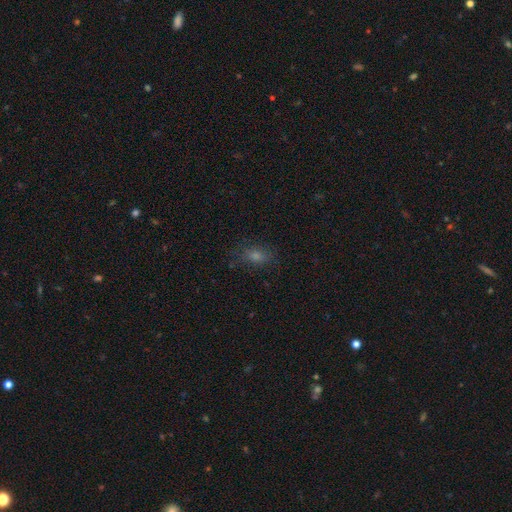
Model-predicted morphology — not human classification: smooth_or_featured: smooth (p=0.61) [alt: star or artifact p=0.26]
how_rounded: in between (p=0.74) [alt: round p=0.22]
merging: none (p=0.80) [alt: minor disturbance p=0.14]